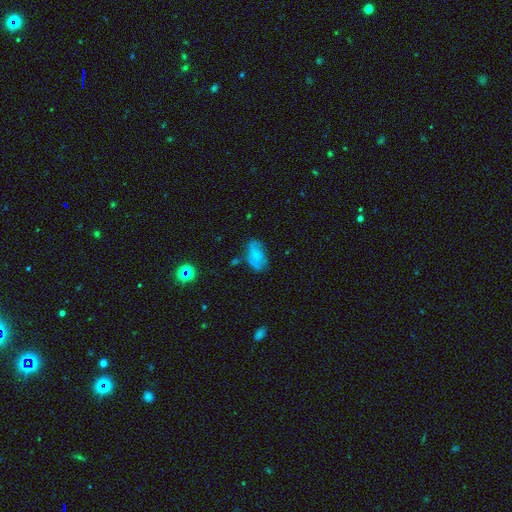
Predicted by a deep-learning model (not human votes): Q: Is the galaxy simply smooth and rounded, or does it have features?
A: smooth — 62%.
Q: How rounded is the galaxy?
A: in between — 91%.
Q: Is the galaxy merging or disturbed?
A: none — 52%.